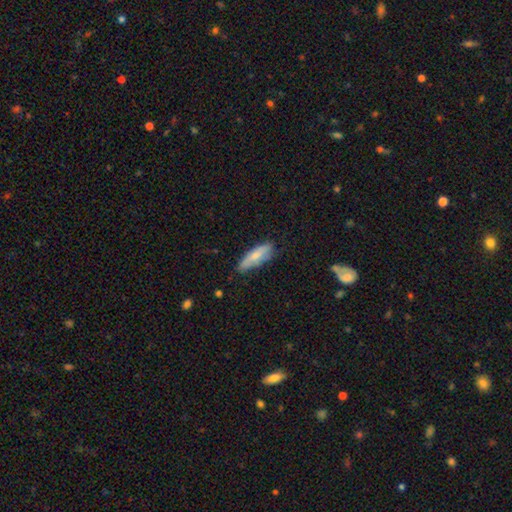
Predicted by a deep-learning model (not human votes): Smooth or featured? Predicted: smooth (p=0.71). How rounded? Predicted: in between (p=0.50). Merging? Predicted: none (p=0.64).